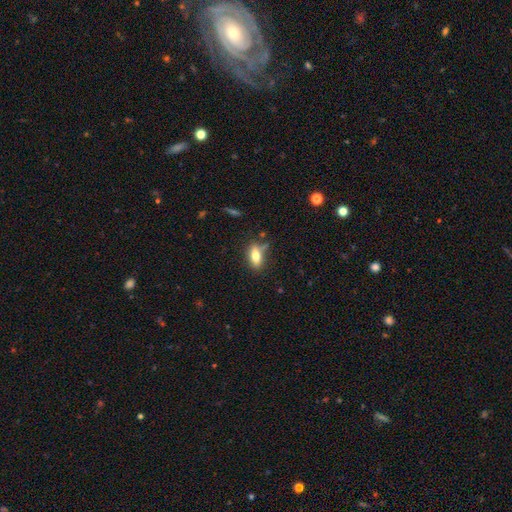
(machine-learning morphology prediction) Smooth or featured: smooth — 72% (featured or disk — 19%)
How rounded: in between — 82% (cigar-shaped — 13%)
Merging: none — 67% (minor disturbance — 19%)